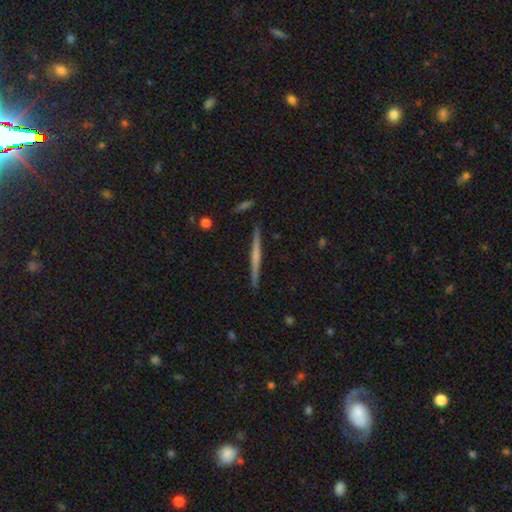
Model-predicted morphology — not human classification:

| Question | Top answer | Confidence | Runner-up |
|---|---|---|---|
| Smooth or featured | featured or disk | 62% | smooth (32%) |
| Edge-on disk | yes | 98% | no (2%) |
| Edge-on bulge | none | 62% | rounded (26%) |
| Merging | none | 91% | minor disturbance (6%) |